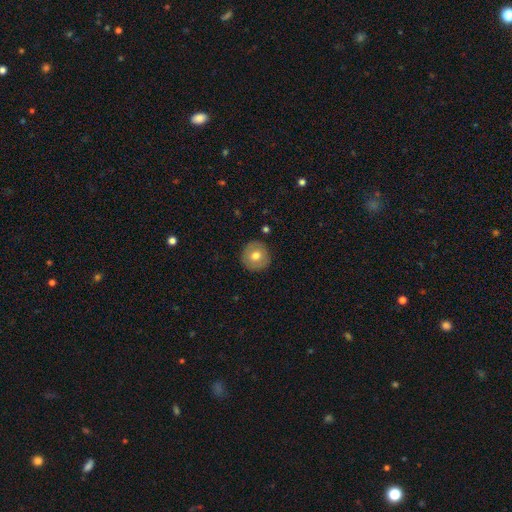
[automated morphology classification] The model was most divided on "smooth or featured": smooth: 71%, featured or disk: 22%, star or artifact: 8%. More confident: how rounded — round (94%); merging — none (90%).